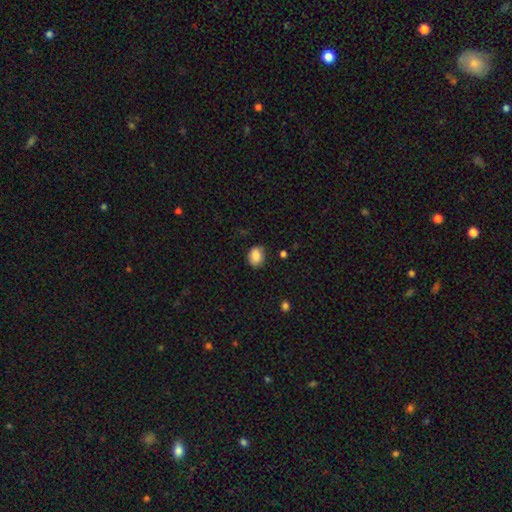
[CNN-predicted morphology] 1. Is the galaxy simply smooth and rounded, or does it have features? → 87% smooth, 8% star or artifact, 5% featured or disk.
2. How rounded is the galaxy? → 53% in between, 46% round, 1% cigar-shaped.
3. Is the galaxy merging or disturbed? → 79% none, 16% minor disturbance, 3% major disturbance, 2% merger.